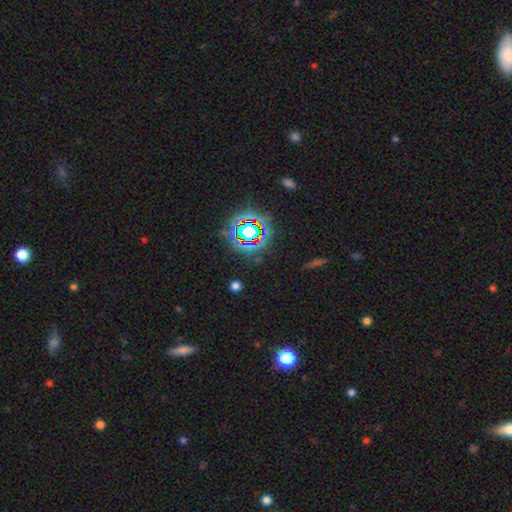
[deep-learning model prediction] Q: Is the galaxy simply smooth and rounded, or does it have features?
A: star or artifact — 73%.